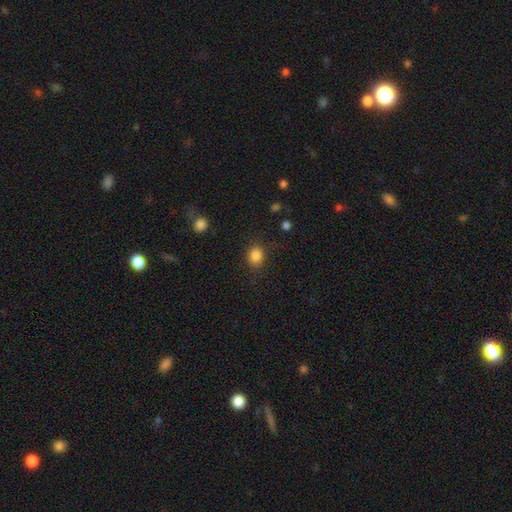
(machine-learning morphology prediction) A smooth galaxy with no disk features (85%) that is round (68%). Merging: none (83%).